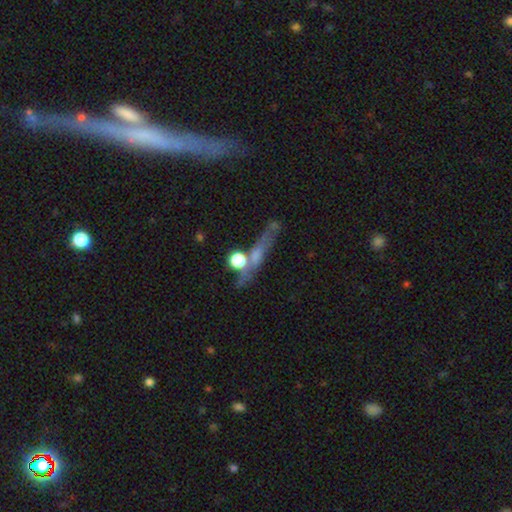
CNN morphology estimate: smooth-or-featured: featured or disk: 44% | smooth: 34% | star or artifact: 21%
  merging: none: 65% | minor disturbance: 14% | merger: 13% | major disturbance: 8%